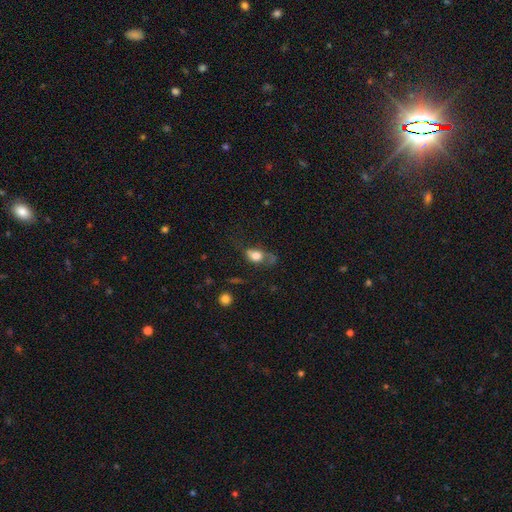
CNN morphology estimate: smooth-or-featured: smooth: 64% | featured or disk: 27% | star or artifact: 9%
  how-rounded: in between: 72% | round: 24% | cigar-shaped: 4%
  merging: none: 37% | major disturbance: 34% | minor disturbance: 25% | merger: 4%